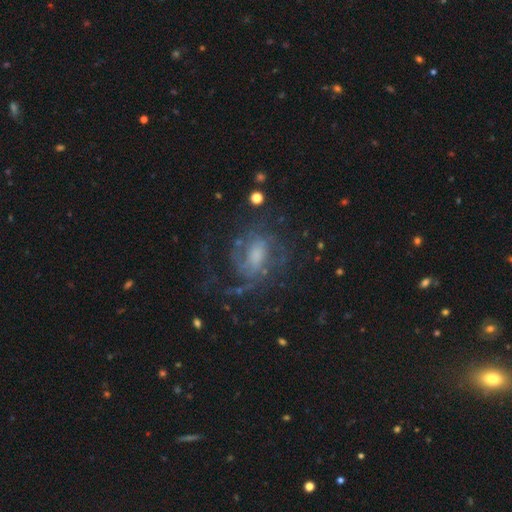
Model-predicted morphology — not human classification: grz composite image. It shows a featured or disk galaxy (76%) with no bar (46%), medium (43%) spiral arms (88%) and a moderate central bulge (39%). Merging: none (58%).